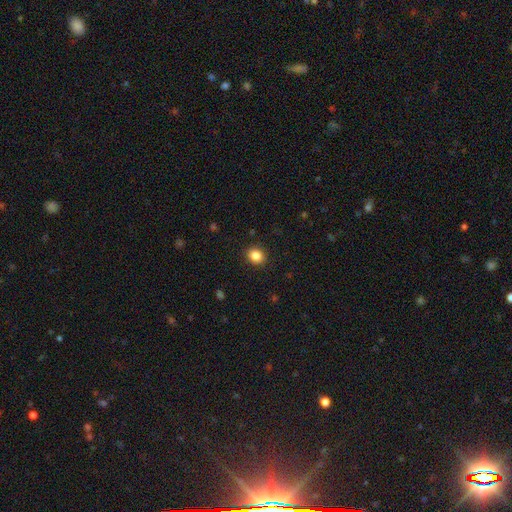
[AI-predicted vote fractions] smooth-or-featured: smooth: 86% | star or artifact: 10% | featured or disk: 4%
  how-rounded: round: 66% | in between: 33% | cigar-shaped: 1%
  merging: none: 91% | minor disturbance: 6% | major disturbance: 2% | merger: 1%